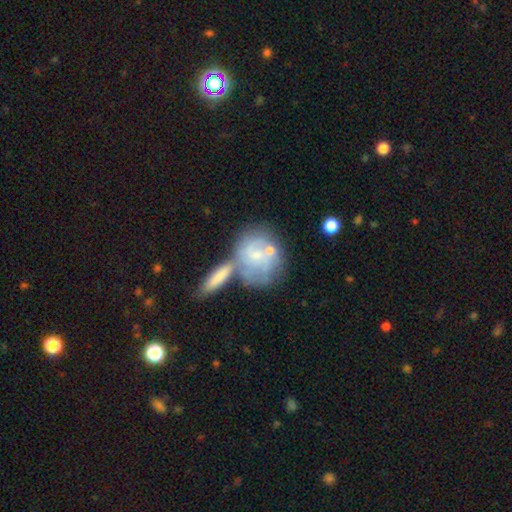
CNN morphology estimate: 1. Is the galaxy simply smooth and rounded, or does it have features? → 57% featured or disk, 35% smooth, 7% star or artifact.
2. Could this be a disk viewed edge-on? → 95% no, 5% yes.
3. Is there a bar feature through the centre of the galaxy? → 68% no, 26% weak, 6% strong.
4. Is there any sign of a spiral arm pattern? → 65% yes, 35% no.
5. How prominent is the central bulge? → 52% small, 28% moderate, 16% none, 3% large, 1% dominant.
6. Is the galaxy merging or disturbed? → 39% merger, 35% none, 16% minor disturbance, 10% major disturbance.